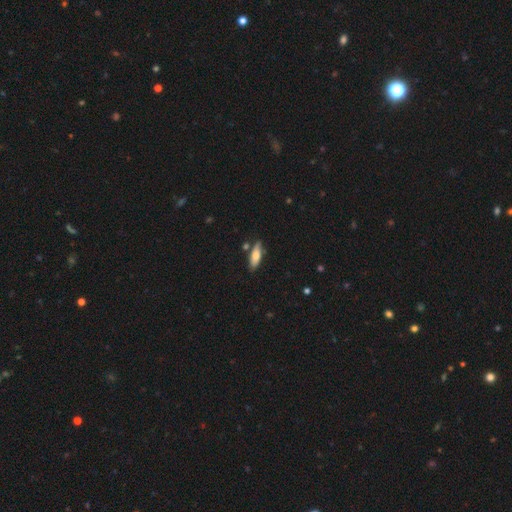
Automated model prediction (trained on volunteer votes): smooth_or_featured: smooth (p=0.72) [alt: featured or disk p=0.22]
how_rounded: in between (p=0.62) [alt: cigar-shaped p=0.36]
merging: none (p=0.75) [alt: minor disturbance p=0.17]